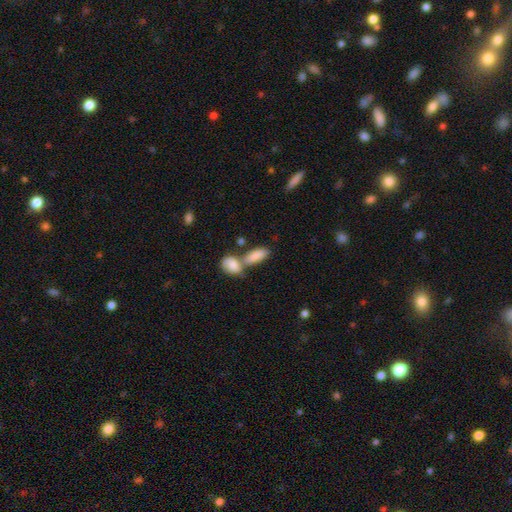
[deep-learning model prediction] Smooth or featured?
  - smooth: 83% *
  - featured or disk: 11%
  - star or artifact: 7%
How rounded?
  - in between: 82% *
  - cigar-shaped: 15%
  - round: 4%
Merging?
  - merger: 50% *
  - none: 36%
  - minor disturbance: 10%
  - major disturbance: 4%